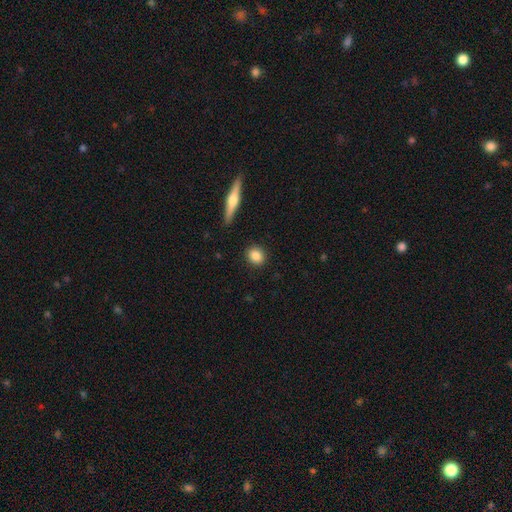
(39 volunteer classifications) smooth-or-featured: smooth: 74% | featured or disk: 15% | star or artifact: 10%
  how-rounded: round: 86% | in between: 14% | cigar-shaped: 0%
  merging: none: 91% | minor disturbance: 6% | major disturbance: 3% | merger: 0%